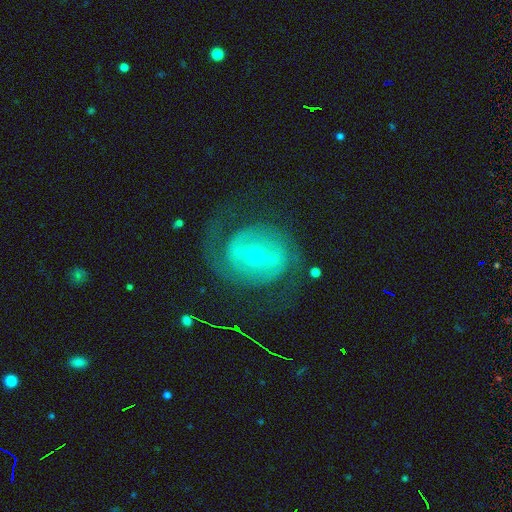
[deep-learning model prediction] featured or disk 81%, smooth 12%, star or artifact 7%. Down the decision tree: edge-on disk — no (96%); bar — strong (41%); spiral arms — yes (83%); spiral arm count — 2 (78%); spiral winding — medium (45%); bulge size — small (73%); merging — none (67%).